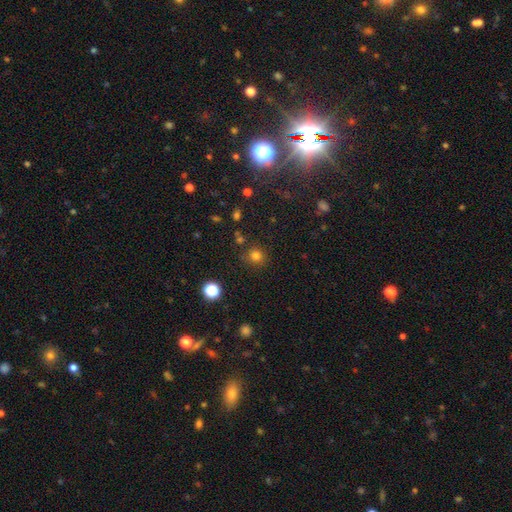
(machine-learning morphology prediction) Smooth or featured? Predicted: smooth (p=0.77). How rounded? Predicted: round (p=0.89). Merging? Predicted: none (p=0.82).